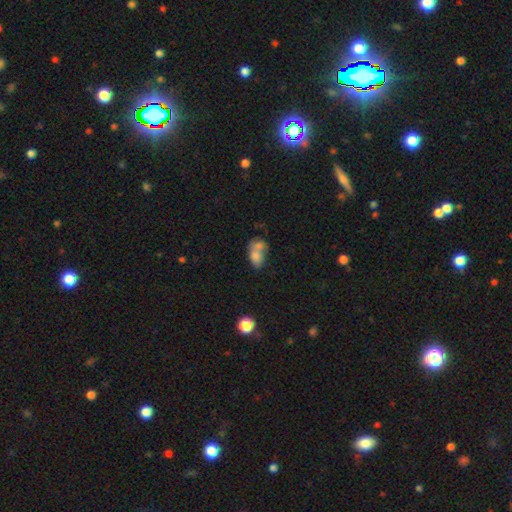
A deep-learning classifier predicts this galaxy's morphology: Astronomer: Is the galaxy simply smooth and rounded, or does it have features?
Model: smooth — 72%.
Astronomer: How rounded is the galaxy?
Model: in between — 79%.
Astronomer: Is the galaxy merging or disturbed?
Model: merger — 64%.